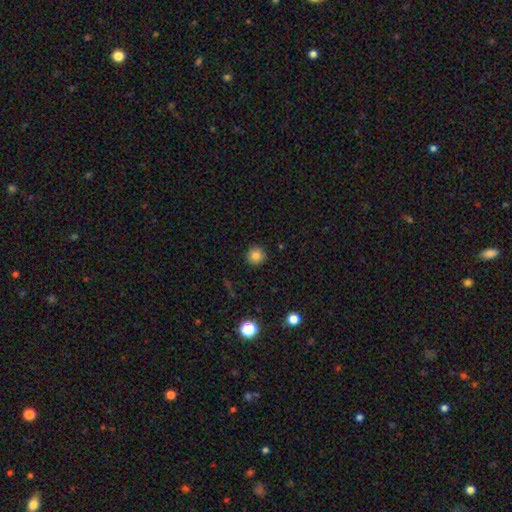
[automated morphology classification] A smooth galaxy with no disk features (82%) that is round (95%).

Vote fractions:
- Smooth or featured? smooth: 82% / star or artifact: 12% / featured or disk: 6%
- How rounded? round: 95% / in between: 4% / cigar-shaped: 1%
- Merging? none: 92% / minor disturbance: 6% / major disturbance: 2% / merger: 1%